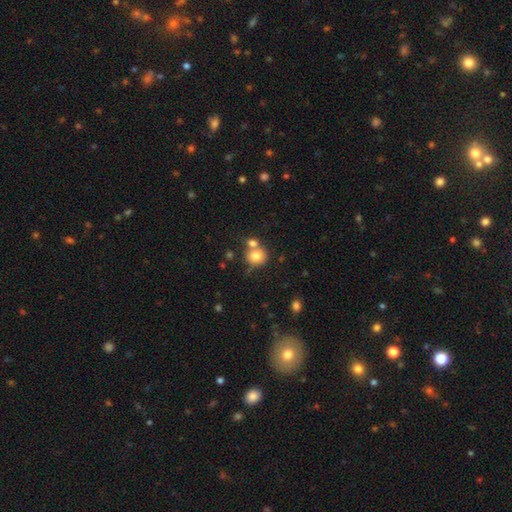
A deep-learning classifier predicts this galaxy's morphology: smooth_or_featured: smooth (p=0.79) [alt: featured or disk p=0.11]
how_rounded: round (p=0.81) [alt: in between p=0.18]
merging: none (p=0.48) [alt: merger p=0.36]